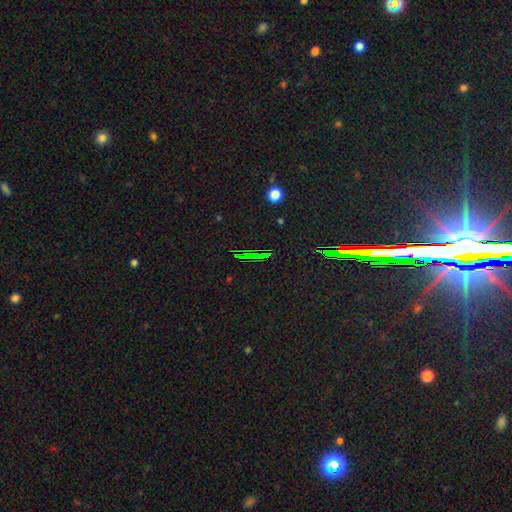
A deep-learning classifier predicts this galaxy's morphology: Q: Smooth or featured?
A: star or artifact (71%); runner-up: smooth (16%)